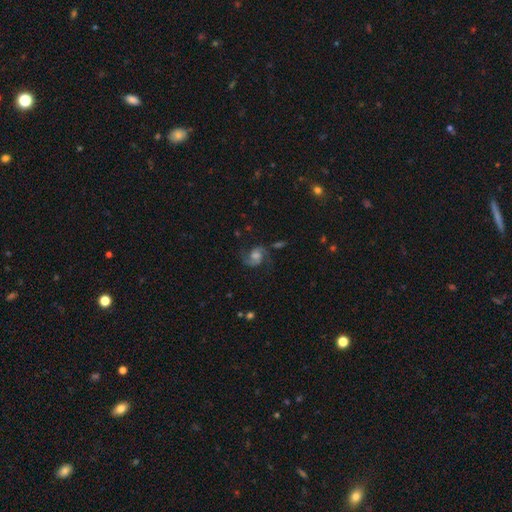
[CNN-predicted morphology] A featured or disk galaxy (77%) with no bar (57%), 2 (91%) medium (53%) spiral arms (95%) and a moderate central bulge (46%).

Vote fractions:
- Smooth or featured? featured or disk: 77% / smooth: 13% / star or artifact: 10%
- Edge-on disk? no: 98% / yes: 2%
- Bar? no: 57% / weak: 36% / strong: 7%
- Spiral arms? yes: 95% / no: 5%
- Spiral winding? medium: 53% / loose: 33% / tight: 14%
- Spiral arm count? 2: 91% / can't tell: 3% / 1: 2% / 3: 1% / 4: 1% / more than 4: 1%
- Bulge size? moderate: 46% / small: 24% / large: 17% / none: 10% / dominant: 3%
- Merging? none: 71% / minor disturbance: 16% / major disturbance: 10% / merger: 3%